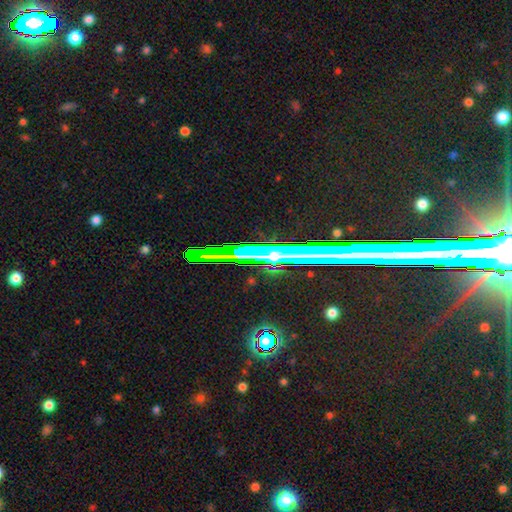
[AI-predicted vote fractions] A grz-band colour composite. It shows a star or artifact, not a galaxy (58%).